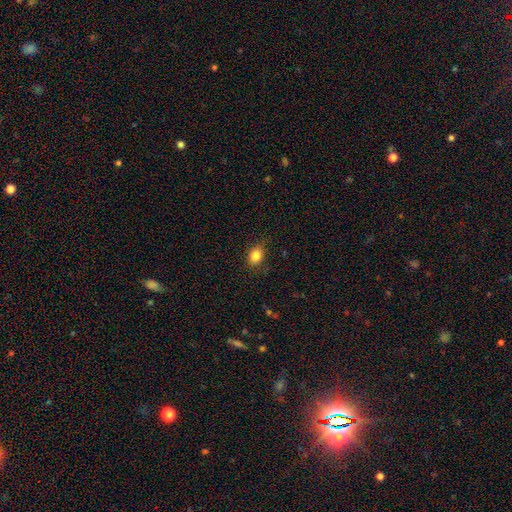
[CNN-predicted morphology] smooth_or_featured: smooth (p=0.85) [alt: star or artifact p=0.10]
how_rounded: in between (p=0.64) [alt: round p=0.35]
merging: none (p=0.82) [alt: minor disturbance p=0.14]